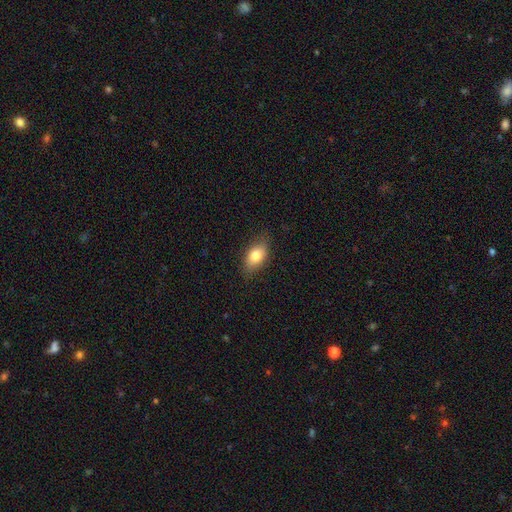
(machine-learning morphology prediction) A smooth galaxy with no disk features (79%) that is in between round and cigar-shaped (87%).

Vote fractions:
- Smooth or featured? smooth: 79% / featured or disk: 14% / star or artifact: 8%
- How rounded? in between: 87% / round: 9% / cigar-shaped: 4%
- Merging? none: 81% / minor disturbance: 15% / major disturbance: 3% / merger: 1%